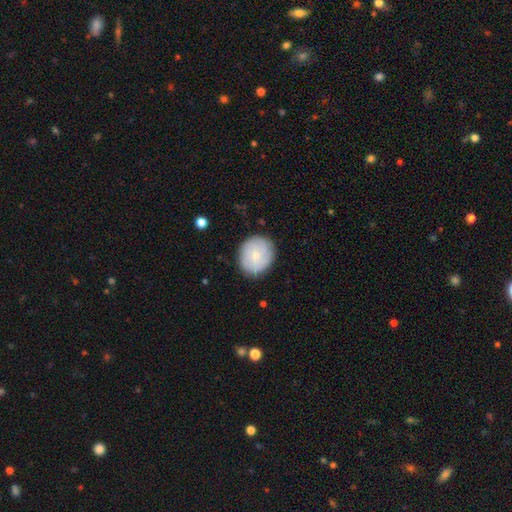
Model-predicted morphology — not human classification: A smooth galaxy with no disk features (54%) that is round (74%).

Vote fractions:
- Smooth or featured? smooth: 54% / featured or disk: 40% / star or artifact: 6%
- How rounded? round: 74% / in between: 25% / cigar-shaped: 1%
- Merging? none: 83% / minor disturbance: 13% / major disturbance: 3% / merger: 1%